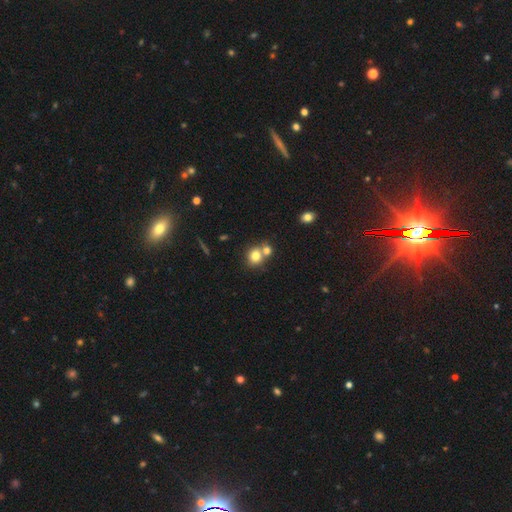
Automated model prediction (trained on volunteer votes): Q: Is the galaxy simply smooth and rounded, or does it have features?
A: smooth — 78%.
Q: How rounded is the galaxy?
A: round — 76%.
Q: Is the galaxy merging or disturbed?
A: none — 46%.